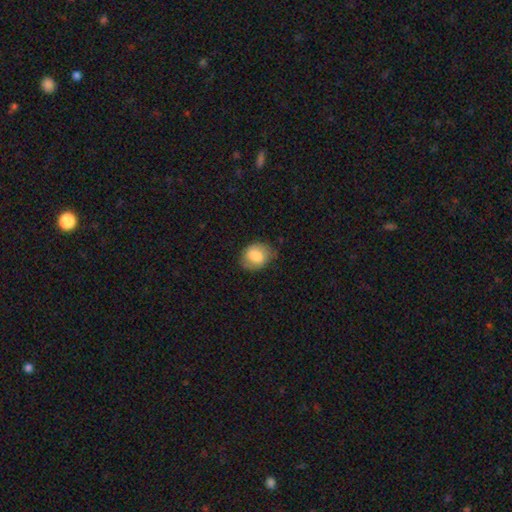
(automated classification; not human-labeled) A smooth galaxy with no disk features (76%) that is round (51%).

Vote fractions:
- Smooth or featured? smooth: 76% / featured or disk: 17% / star or artifact: 7%
- How rounded? round: 51% / in between: 48% / cigar-shaped: 1%
- Merging? none: 73% / minor disturbance: 21% / major disturbance: 5% / merger: 1%